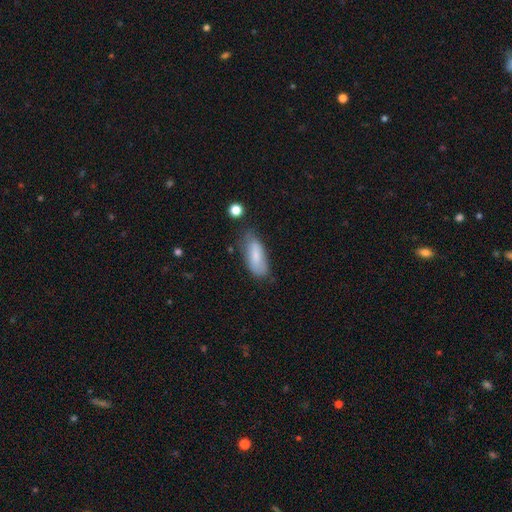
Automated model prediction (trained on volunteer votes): Q: Smooth or featured?
A: smooth (77%); runner-up: featured or disk (16%)
Q: How rounded?
A: in between (78%); runner-up: cigar-shaped (20%)
Q: Merging?
A: none (57%); runner-up: minor disturbance (32%)